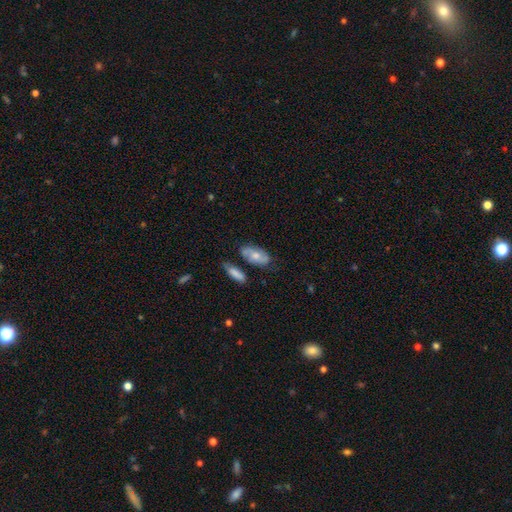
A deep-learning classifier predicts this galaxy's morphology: A smooth galaxy with no disk features (52%) that is in between round and cigar-shaped (87%).

Vote fractions:
- Smooth or featured? smooth: 52% / featured or disk: 41% / star or artifact: 7%
- How rounded? in between: 87% / cigar-shaped: 9% / round: 4%
- Merging? none: 66% / minor disturbance: 19% / merger: 10% / major disturbance: 5%